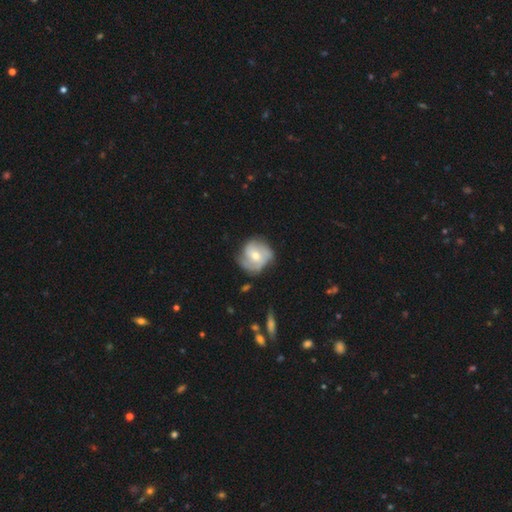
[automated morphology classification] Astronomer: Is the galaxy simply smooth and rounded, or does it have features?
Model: featured or disk — 63%.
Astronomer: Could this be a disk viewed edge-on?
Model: no — 97%.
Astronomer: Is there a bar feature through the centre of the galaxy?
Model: no — 62%.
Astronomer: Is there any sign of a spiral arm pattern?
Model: yes — 84%.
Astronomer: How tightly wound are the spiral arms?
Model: tight — 42% (runner-up: medium, 40%).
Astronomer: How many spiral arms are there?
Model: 3 — 34% (runner-up: 2, 29%).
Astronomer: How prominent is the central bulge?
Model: moderate — 60% (runner-up: small, 35%).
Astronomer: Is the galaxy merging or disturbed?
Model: none — 61%.